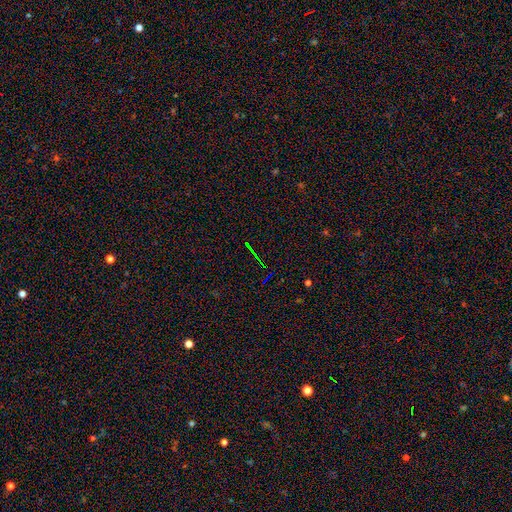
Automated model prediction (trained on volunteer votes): This appears to be a star or artifact, not a galaxy (75%).